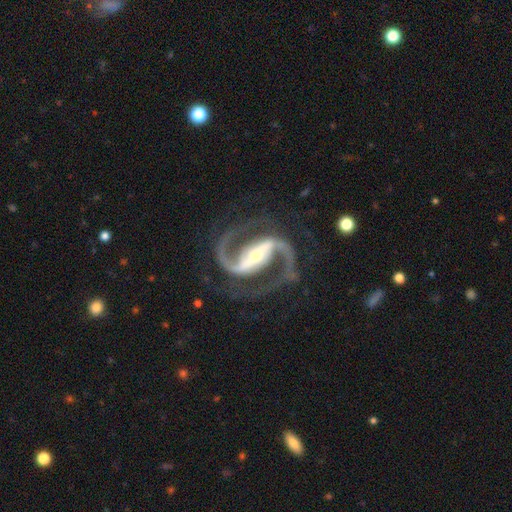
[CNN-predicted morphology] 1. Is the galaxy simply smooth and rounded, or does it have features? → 94% featured or disk, 4% star or artifact, 2% smooth.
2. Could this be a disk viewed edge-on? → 98% no, 2% yes.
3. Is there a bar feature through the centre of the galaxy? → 79% strong, 15% weak, 6% no.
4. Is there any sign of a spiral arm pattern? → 99% yes, 1% no.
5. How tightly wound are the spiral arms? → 64% medium, 22% loose, 15% tight.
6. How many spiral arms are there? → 95% 2, 1% 1, 1% 3, 1% can't tell, 1% 4, 1% more than 4.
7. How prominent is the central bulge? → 50% small, 38% moderate, 8% large, 3% none, 2% dominant.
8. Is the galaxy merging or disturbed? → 81% none, 10% minor disturbance, 8% major disturbance, 2% merger.